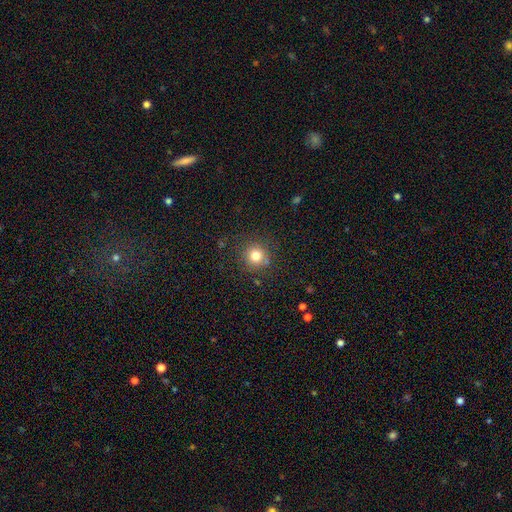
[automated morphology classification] The model was most divided on "smooth or featured": smooth: 79%, star or artifact: 14%, featured or disk: 7%. More confident: how rounded — round (93%); merging — none (84%).